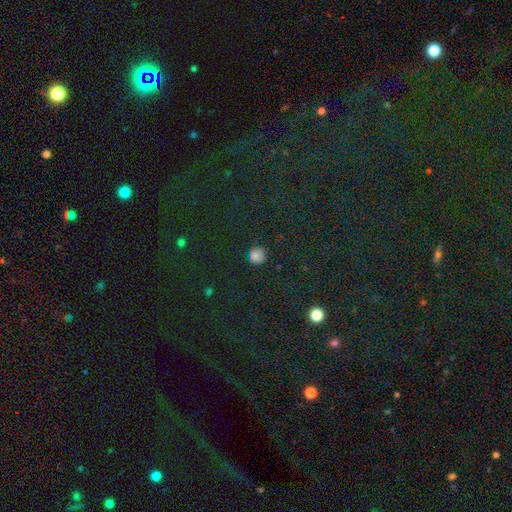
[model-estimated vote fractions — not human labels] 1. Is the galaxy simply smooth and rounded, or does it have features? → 79% smooth, 16% star or artifact, 4% featured or disk.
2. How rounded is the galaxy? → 91% round, 8% in between, 1% cigar-shaped.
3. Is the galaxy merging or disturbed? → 85% none, 11% minor disturbance, 3% major disturbance, 2% merger.